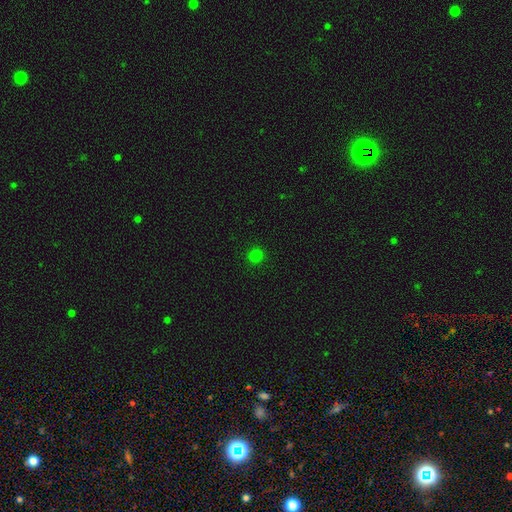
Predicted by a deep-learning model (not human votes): This appears to be a smooth galaxy with no disk features (80%) that is round (85%). Merging: none (90%).